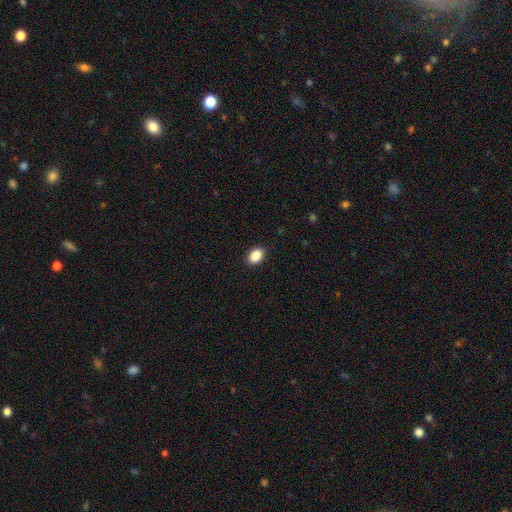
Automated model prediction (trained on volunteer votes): Smooth or featured?
  - smooth: 88% *
  - star or artifact: 8%
  - featured or disk: 4%
How rounded?
  - in between: 78% *
  - round: 21%
  - cigar-shaped: 1%
Merging?
  - none: 91% *
  - minor disturbance: 6%
  - major disturbance: 2%
  - merger: 1%